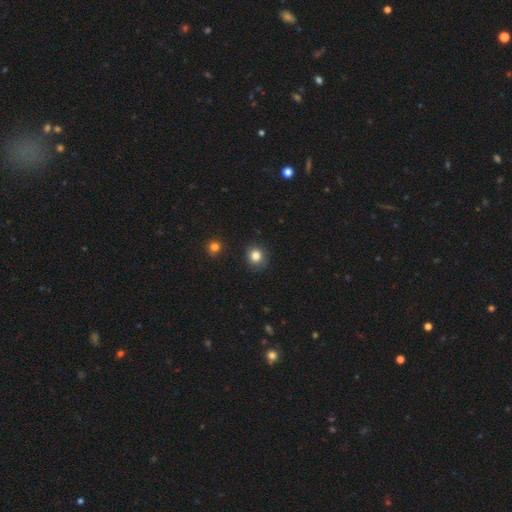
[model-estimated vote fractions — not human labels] A smooth galaxy with no disk features (83%) that is round (79%). Merging: none (83%).